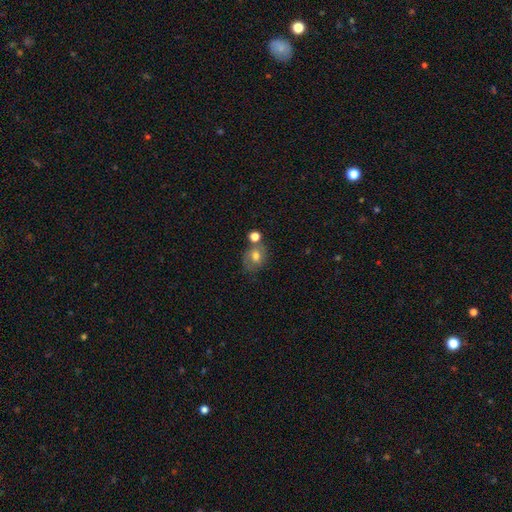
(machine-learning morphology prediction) A smooth galaxy with no disk features (69%) that is round (57%).

Vote fractions:
- Smooth or featured? smooth: 69% / featured or disk: 20% / star or artifact: 11%
- How rounded? round: 57% / in between: 42% / cigar-shaped: 1%
- Merging? none: 52% / merger: 24% / minor disturbance: 17% / major disturbance: 7%